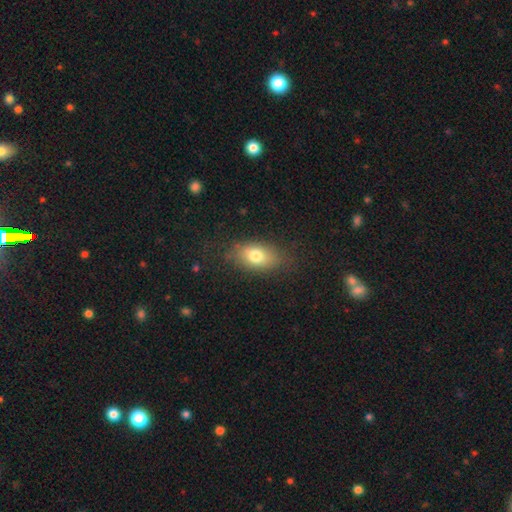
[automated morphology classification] type=smooth (76%); roundness=in between (82%); merging=none (77%).